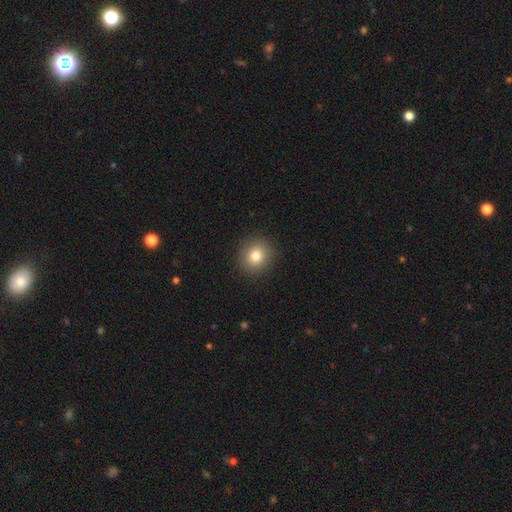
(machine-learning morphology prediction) type=smooth (81%); roundness=round (85%); merging=none (91%).